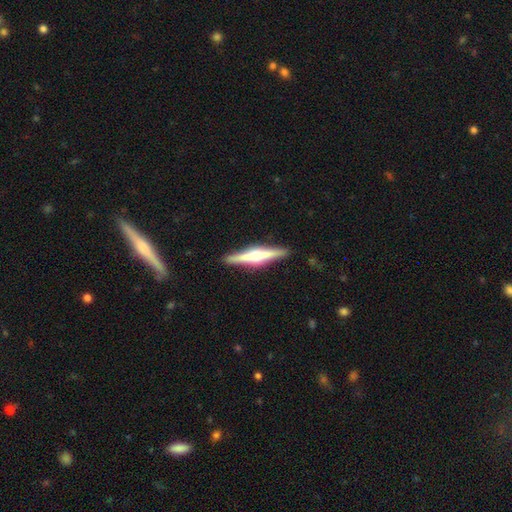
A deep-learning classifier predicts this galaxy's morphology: Overall: featured or disk (71%). Edge-on disk: yes (98%). Edge-on bulge: rounded (87%). Merging: none (91%).